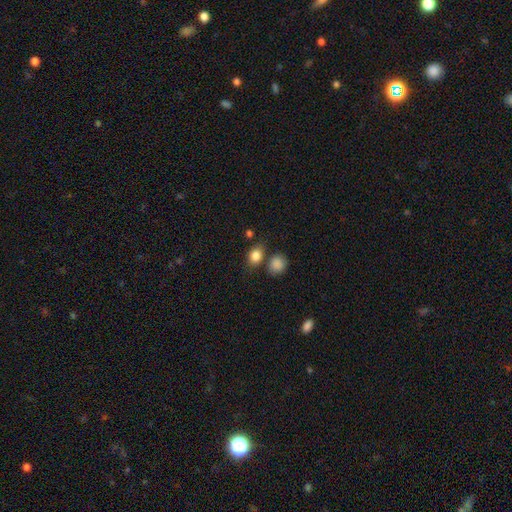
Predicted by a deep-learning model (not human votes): A smooth galaxy with no disk features (85%) that is in between round and cigar-shaped (55%). Merging: none (65%).